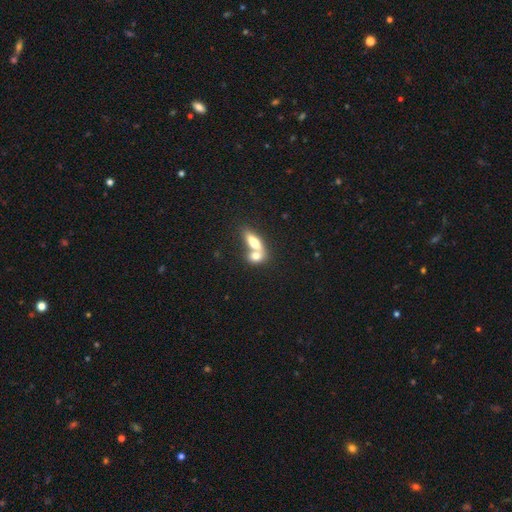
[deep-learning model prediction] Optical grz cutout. It shows a smooth galaxy with no disk features (67%) that is in between round and cigar-shaped (68%). Merging: merger (68%).